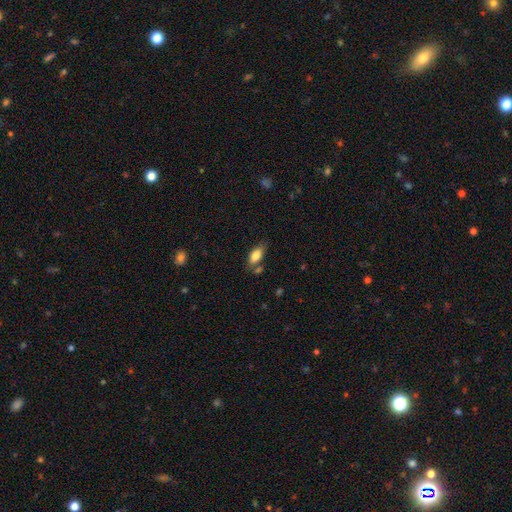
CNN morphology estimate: smooth 81%, featured or disk 11%, star or artifact 7%. Down the decision tree: how rounded — in between (86%); merging — none (65%).